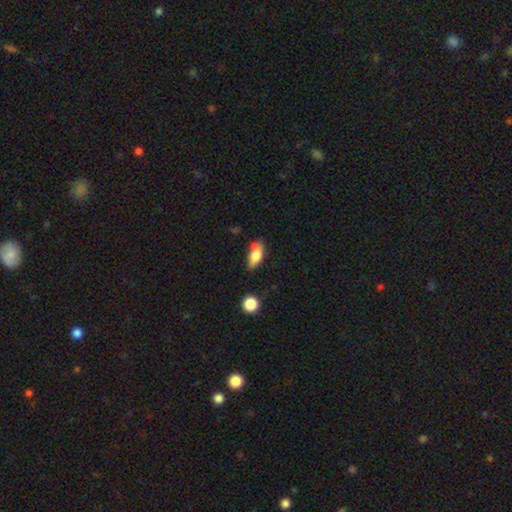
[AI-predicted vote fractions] This appears to be a smooth galaxy with no disk features (74%) that is in between round and cigar-shaped (84%). Merging: none (56%).